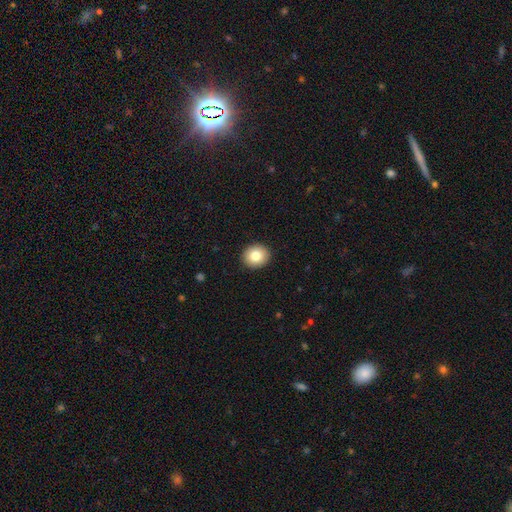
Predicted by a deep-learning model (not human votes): smooth-or-featured: smooth: 83% | star or artifact: 9% | featured or disk: 8%
  how-rounded: round: 80% | in between: 19% | cigar-shaped: 1%
  merging: none: 92% | minor disturbance: 5% | major disturbance: 2% | merger: 1%